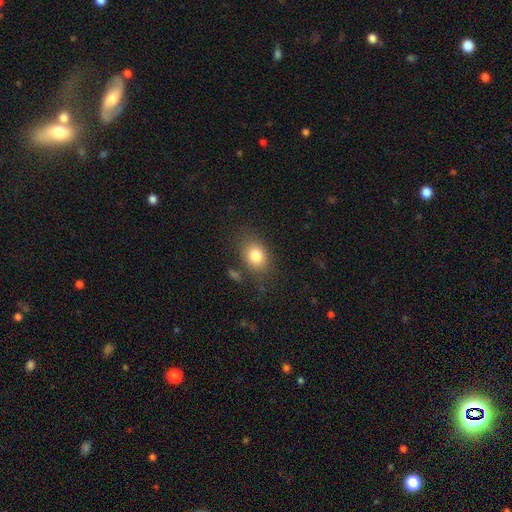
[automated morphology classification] A smooth galaxy with no disk features (81%) that is in between round and cigar-shaped (63%).

Vote fractions:
- Smooth or featured? smooth: 81% / star or artifact: 10% / featured or disk: 10%
- How rounded? in between: 63% / round: 36% / cigar-shaped: 1%
- Merging? none: 76% / minor disturbance: 15% / major disturbance: 6% / merger: 4%